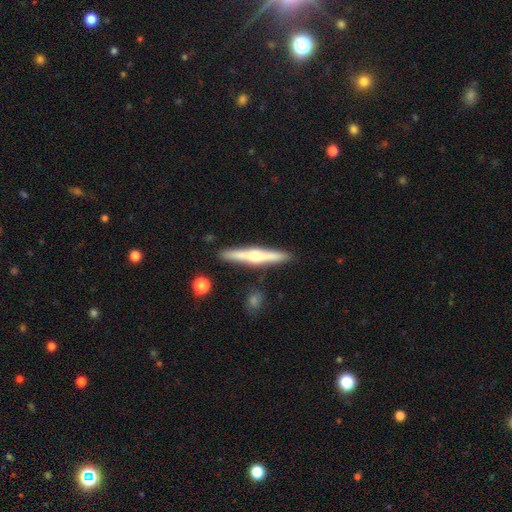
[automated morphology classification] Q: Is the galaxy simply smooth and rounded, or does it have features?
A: featured or disk — 70%.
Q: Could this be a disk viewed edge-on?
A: yes — 98%.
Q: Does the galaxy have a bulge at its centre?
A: rounded — 87%.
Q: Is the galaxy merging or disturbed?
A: none — 89%.